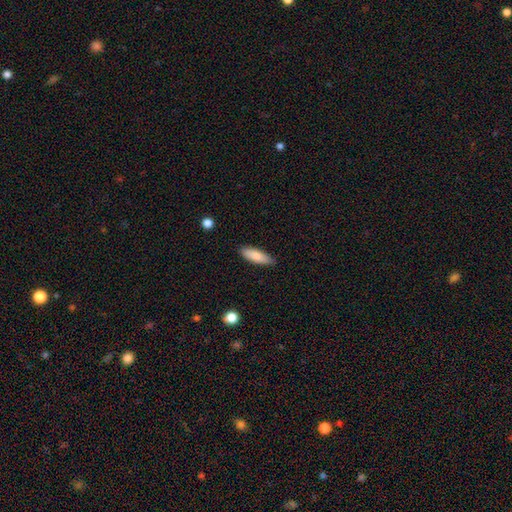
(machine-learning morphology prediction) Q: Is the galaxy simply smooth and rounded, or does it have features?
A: smooth — 84%.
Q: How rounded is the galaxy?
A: in between — 53%.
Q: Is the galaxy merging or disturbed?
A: none — 86%.